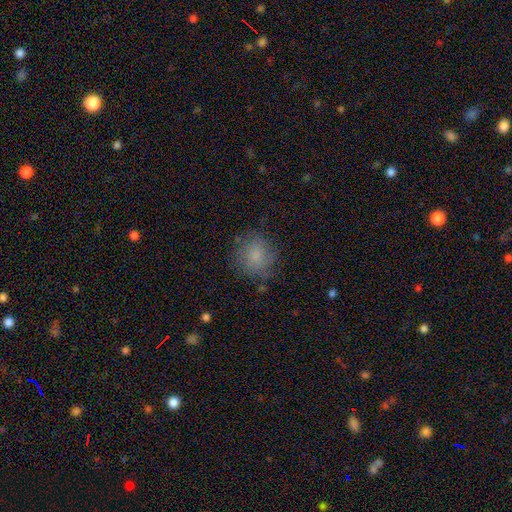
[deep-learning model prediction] This appears to be a smooth galaxy with no disk features (74%) that is round (85%). Merging: none (72%).